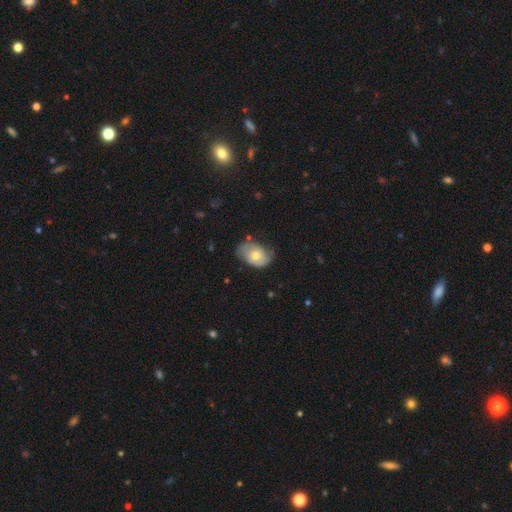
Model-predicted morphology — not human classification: This is likely a smooth galaxy (62%). How rounded: clearly in between (83%). Merging: possibly none (57%).